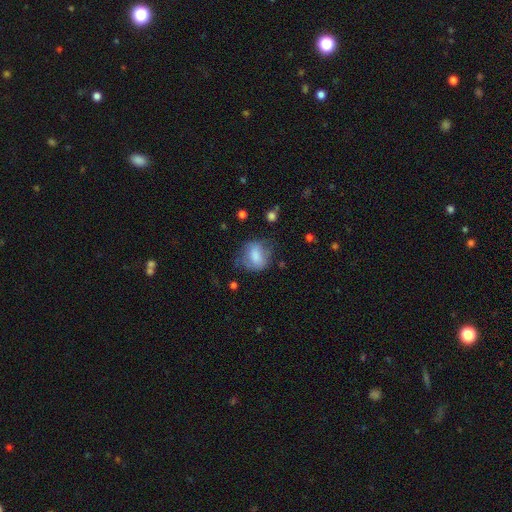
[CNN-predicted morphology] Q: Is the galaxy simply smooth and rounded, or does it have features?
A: smooth — 69%.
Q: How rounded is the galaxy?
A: round — 50%.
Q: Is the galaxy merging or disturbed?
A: none — 50%.